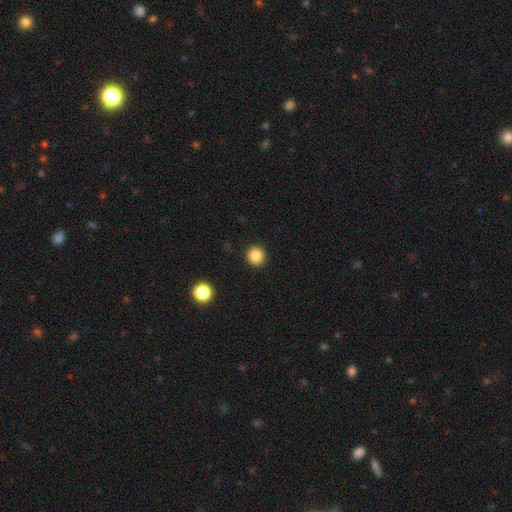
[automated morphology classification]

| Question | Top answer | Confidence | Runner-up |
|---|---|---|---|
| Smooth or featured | smooth | 85% | star or artifact (11%) |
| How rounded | round | 93% | in between (6%) |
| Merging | none | 93% | minor disturbance (5%) |